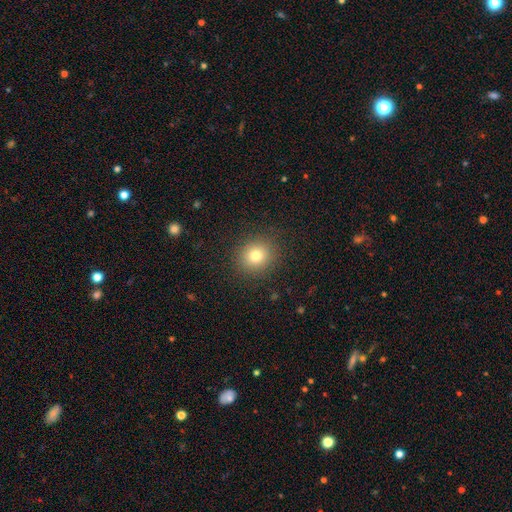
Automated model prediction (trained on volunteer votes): A smooth galaxy with no disk features (78%) that is round (83%).

Vote fractions:
- Smooth or featured? smooth: 78% / star or artifact: 13% / featured or disk: 9%
- How rounded? round: 83% / in between: 16% / cigar-shaped: 1%
- Merging? none: 89% / minor disturbance: 7% / major disturbance: 3% / merger: 1%